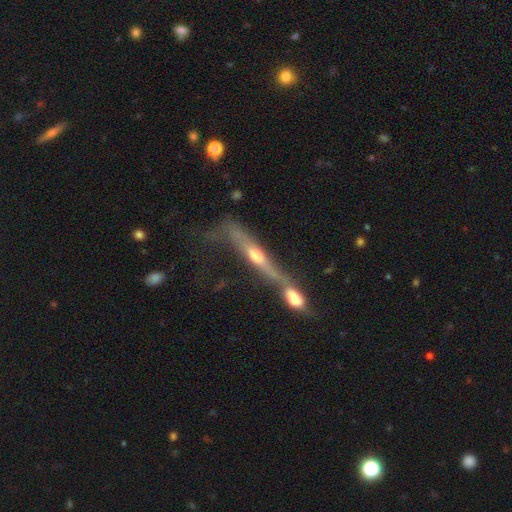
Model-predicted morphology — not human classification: The model was most divided on "merging": merger: 59%, none: 21%, minor disturbance: 11%, major disturbance: 9%. More confident: edge-on disk — yes (77%); edge-on bulge — rounded (71%); smooth or featured — featured or disk (66%).